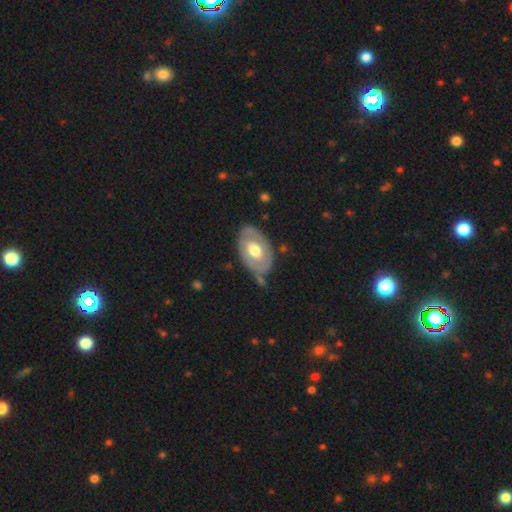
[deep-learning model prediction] smooth_or_featured: featured or disk (p=0.41) [alt: smooth p=0.37]
merging: none (p=0.75) [alt: minor disturbance p=0.15]